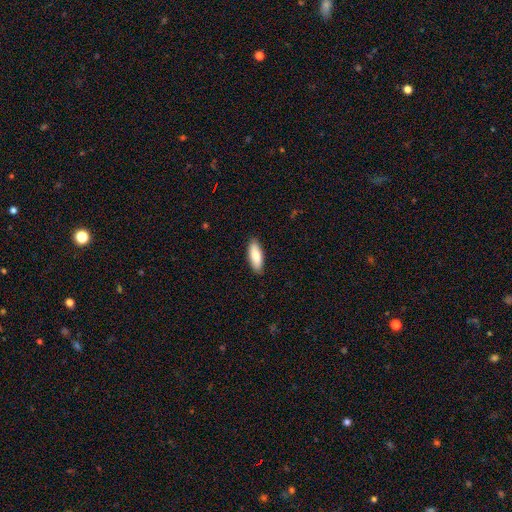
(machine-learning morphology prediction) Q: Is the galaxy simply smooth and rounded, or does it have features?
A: smooth — 82%.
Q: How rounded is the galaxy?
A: in between — 71%.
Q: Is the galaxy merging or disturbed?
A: none — 88%.